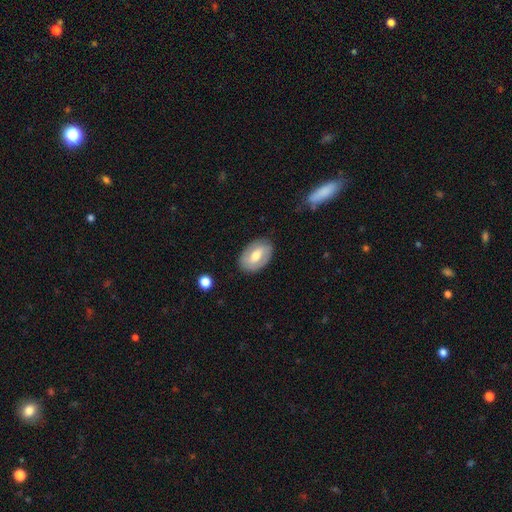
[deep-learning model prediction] Smooth or featured? featured or disk (47%)
Merging? none (82%)